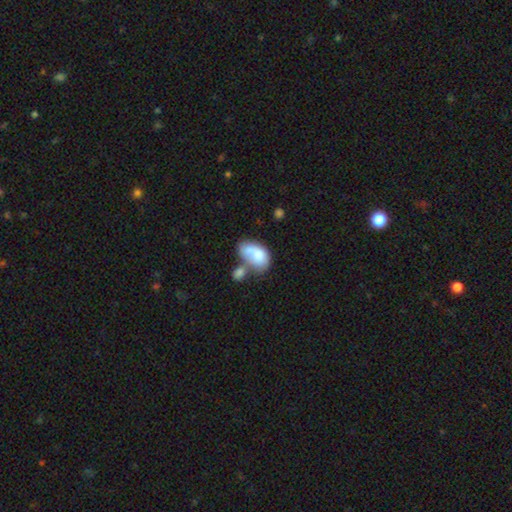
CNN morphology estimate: smooth 72%, featured or disk 20%, star or artifact 7%. Down the decision tree: how rounded — in between (90%); merging — merger (52%).